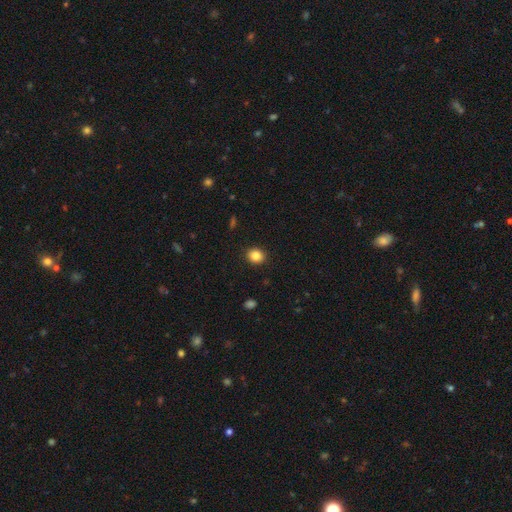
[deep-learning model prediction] smooth-or-featured: smooth: 85% | star or artifact: 10% | featured or disk: 5%
  how-rounded: round: 70% | in between: 29% | cigar-shaped: 1%
  merging: none: 91% | minor disturbance: 6% | major disturbance: 2% | merger: 1%